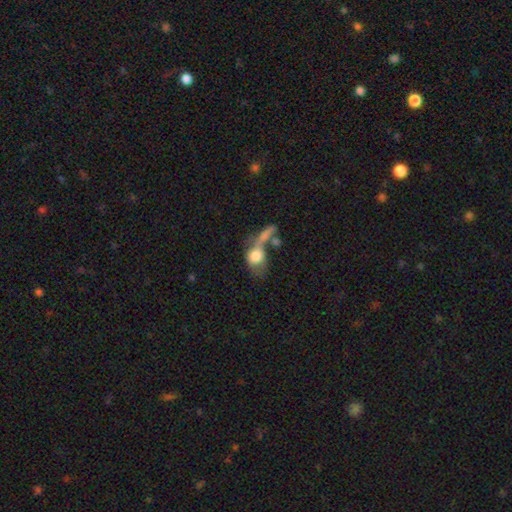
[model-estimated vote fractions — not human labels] Q: Smooth or featured?
A: smooth (69%); runner-up: featured or disk (23%)
Q: How rounded?
A: in between (62%); runner-up: round (32%)
Q: Merging?
A: merger (51%); runner-up: major disturbance (22%)